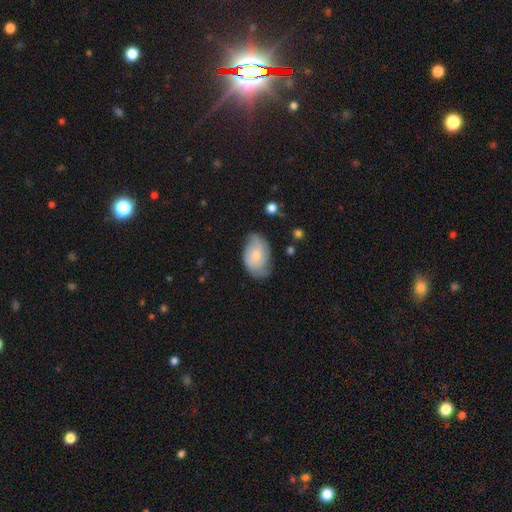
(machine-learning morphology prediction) smooth-or-featured: featured or disk: 52% | smooth: 42% | star or artifact: 7%
  disk-edge-on: no: 96% | yes: 4%
  merging: none: 55% | minor disturbance: 32% | major disturbance: 10% | merger: 2%